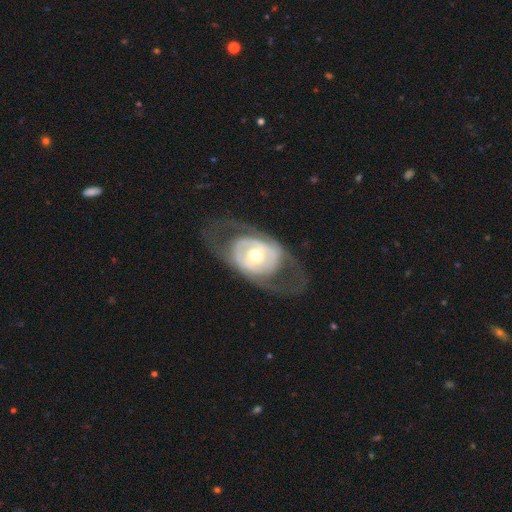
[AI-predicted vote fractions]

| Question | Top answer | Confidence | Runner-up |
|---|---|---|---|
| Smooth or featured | featured or disk | 75% | smooth (20%) |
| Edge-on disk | no | 92% | yes (8%) |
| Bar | no | 63% | weak (24%) |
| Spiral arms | no | 51% | yes (49%) |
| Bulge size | moderate | 63% | small (26%) |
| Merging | none | 65% | major disturbance (19%) |